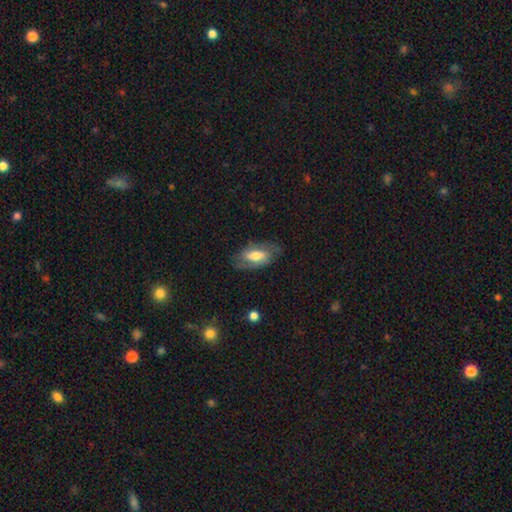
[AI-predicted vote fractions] Smooth or featured? Predicted: featured or disk (p=0.53). Edge-on disk? Predicted: no (p=0.90). Merging? Predicted: none (p=0.72).